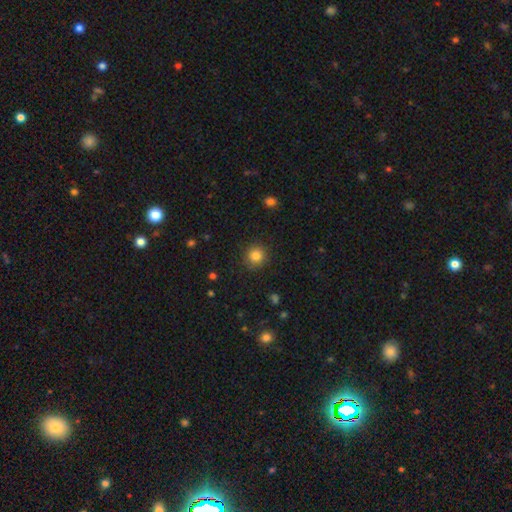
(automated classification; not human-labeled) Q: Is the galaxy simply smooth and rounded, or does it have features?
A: smooth — 83%.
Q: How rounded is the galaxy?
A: round — 93%.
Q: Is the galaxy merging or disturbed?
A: none — 90%.